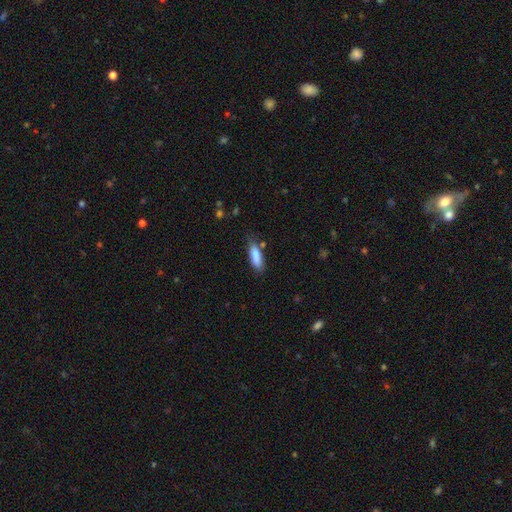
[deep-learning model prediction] Morphology: type=smooth (86%); roundness=in between (54%); merging=none (68%).